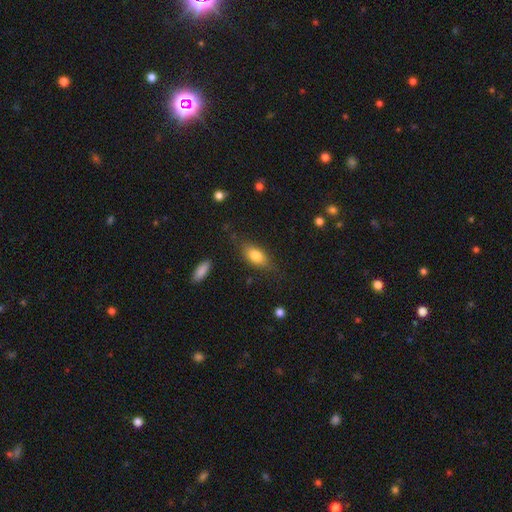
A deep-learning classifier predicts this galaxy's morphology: A smooth galaxy with no disk features (79%) that is in between round and cigar-shaped (83%). Merging: none (73%).